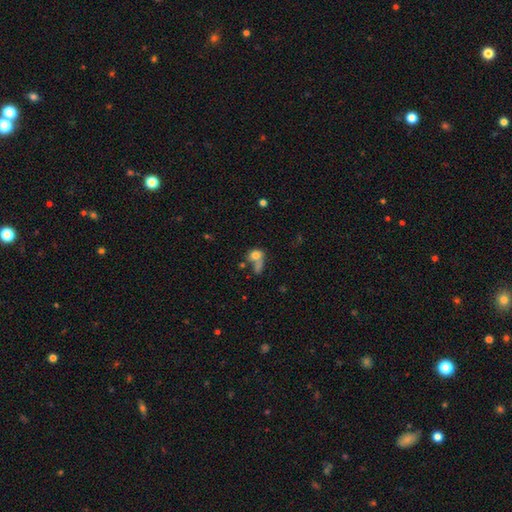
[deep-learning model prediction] smooth 72%, featured or disk 16%, star or artifact 12%. Down the decision tree: how rounded — in between (52%); merging — merger (41%).